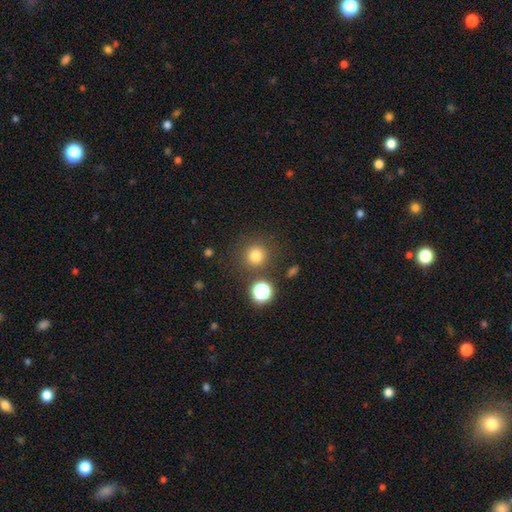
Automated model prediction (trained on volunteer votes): A smooth galaxy with no disk features (79%) that is round (93%).

Vote fractions:
- Smooth or featured? smooth: 79% / star or artifact: 15% / featured or disk: 6%
- How rounded? round: 93% / in between: 6% / cigar-shaped: 1%
- Merging? none: 82% / minor disturbance: 9% / merger: 5% / major disturbance: 4%